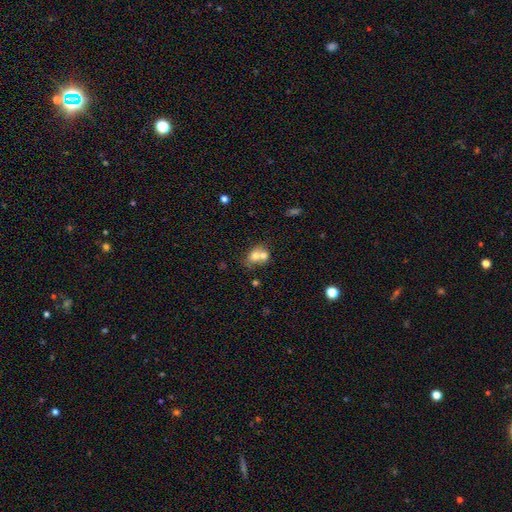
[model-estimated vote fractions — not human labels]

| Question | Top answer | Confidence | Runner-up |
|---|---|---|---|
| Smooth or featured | smooth | 66% | featured or disk (23%) |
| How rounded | round | 53% | in between (46%) |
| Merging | merger | 65% | none (24%) |